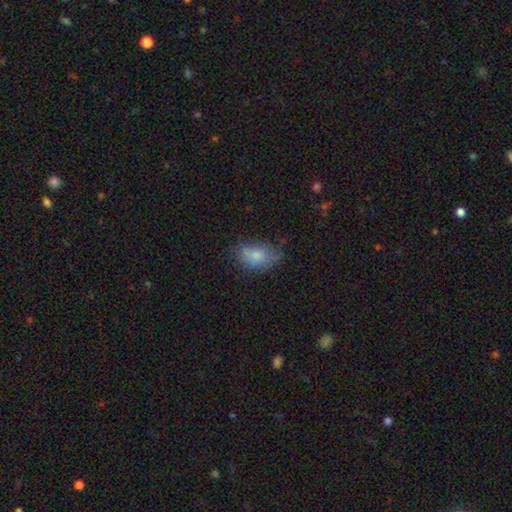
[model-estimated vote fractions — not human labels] A smooth galaxy with no disk features (77%) that is in between round and cigar-shaped (88%).

Vote fractions:
- Smooth or featured? smooth: 77% / featured or disk: 14% / star or artifact: 8%
- How rounded? in between: 88% / round: 10% / cigar-shaped: 2%
- Merging? none: 53% / minor disturbance: 33% / major disturbance: 12% / merger: 2%